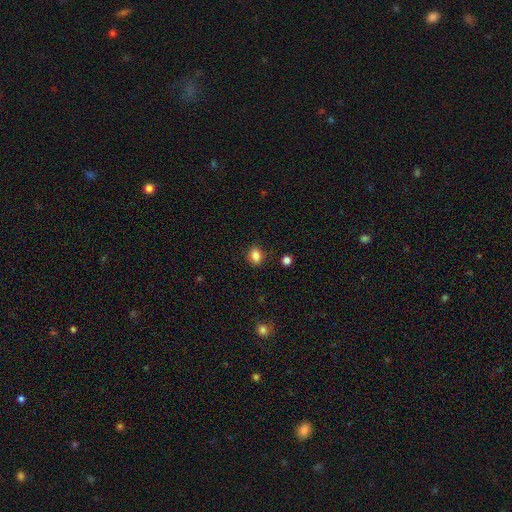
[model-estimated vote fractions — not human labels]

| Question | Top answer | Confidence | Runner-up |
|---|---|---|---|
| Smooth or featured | smooth | 84% | star or artifact (10%) |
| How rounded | in between | 64% | round (34%) |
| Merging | none | 84% | minor disturbance (12%) |